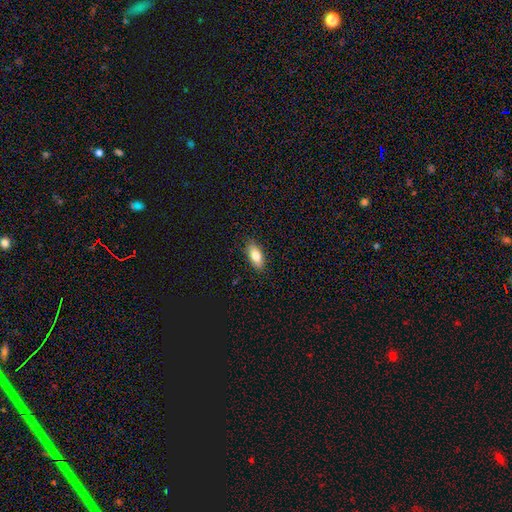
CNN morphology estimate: smooth-or-featured: smooth: 79% | featured or disk: 14% | star or artifact: 7%
  how-rounded: in between: 83% | cigar-shaped: 14% | round: 3%
  merging: none: 87% | minor disturbance: 10% | major disturbance: 2% | merger: 1%